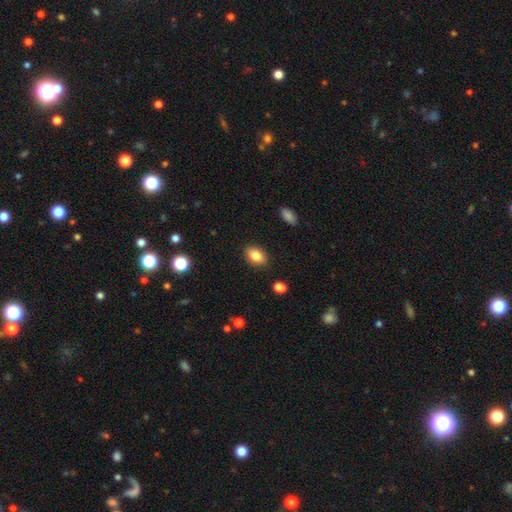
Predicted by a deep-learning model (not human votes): Smooth or featured? smooth (84%)
How rounded? in between (86%)
Merging? none (87%)